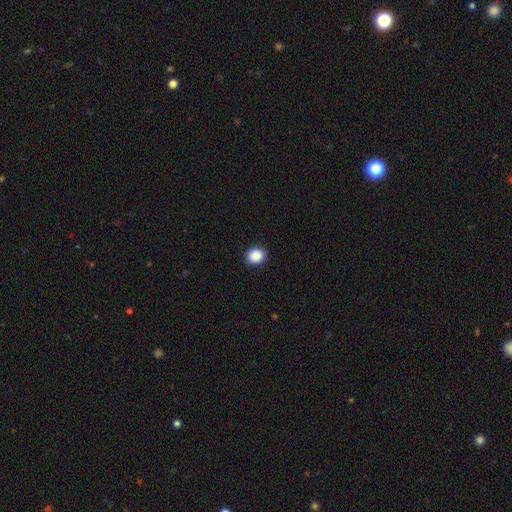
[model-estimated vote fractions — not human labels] smooth-or-featured: smooth: 90% | star or artifact: 8% | featured or disk: 2%
  how-rounded: round: 72% | in between: 27% | cigar-shaped: 1%
  merging: none: 91% | minor disturbance: 6% | major disturbance: 2% | merger: 1%